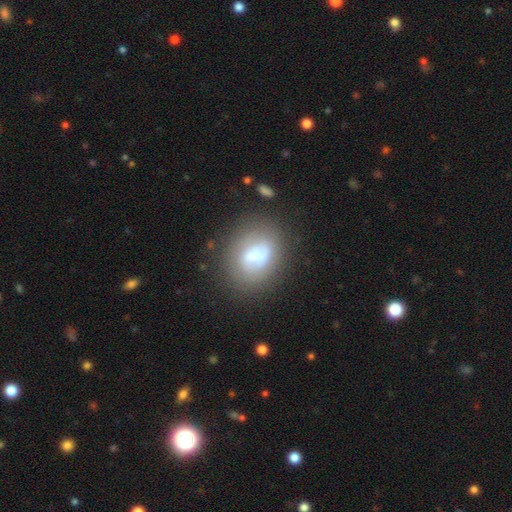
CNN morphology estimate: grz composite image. It shows a smooth galaxy with no disk features (48%). Merging: none (63%).